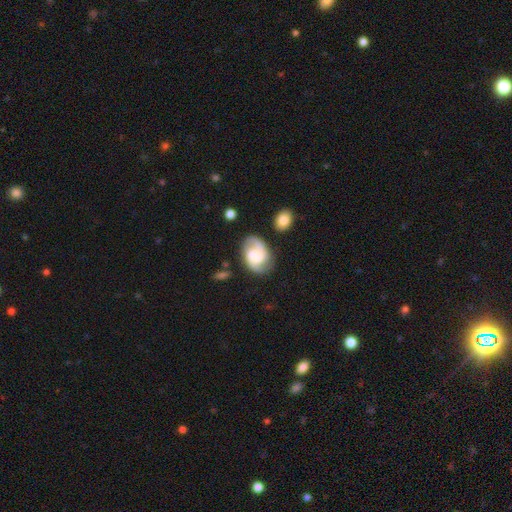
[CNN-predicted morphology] Overall: featured or disk (74%). Edge-on disk: no (98%). Bar: no (46%; weak 43%). Spiral arms: yes (94%). Spiral arm count: 2 (87%). Spiral winding: medium (49%; loose 33%). Bulge size: moderate (28%; large 24%). Merging: none (70%).